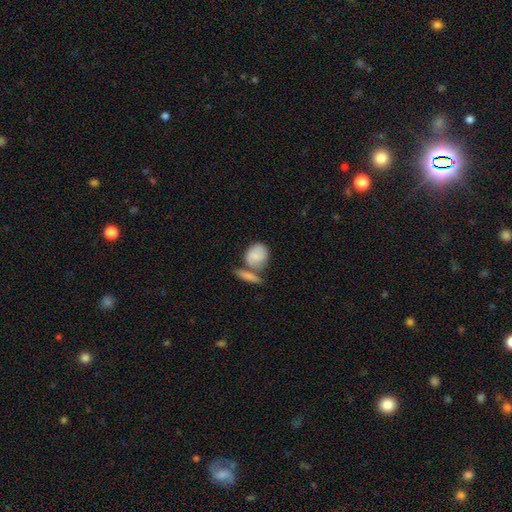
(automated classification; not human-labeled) Smooth or featured?
  - smooth: 81% *
  - featured or disk: 13%
  - star or artifact: 6%
How rounded?
  - round: 50% *
  - in between: 47%
  - cigar-shaped: 3%
Merging?
  - none: 41% *
  - merger: 39%
  - minor disturbance: 14%
  - major disturbance: 6%